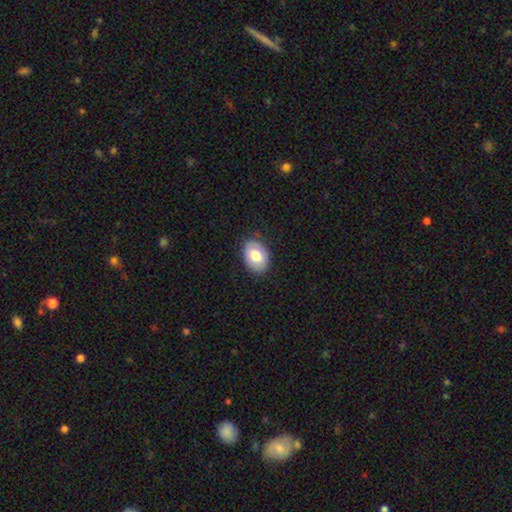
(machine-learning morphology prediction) This appears to be a smooth galaxy with no disk features (74%) that is in between round and cigar-shaped (78%). Merging: none (84%).